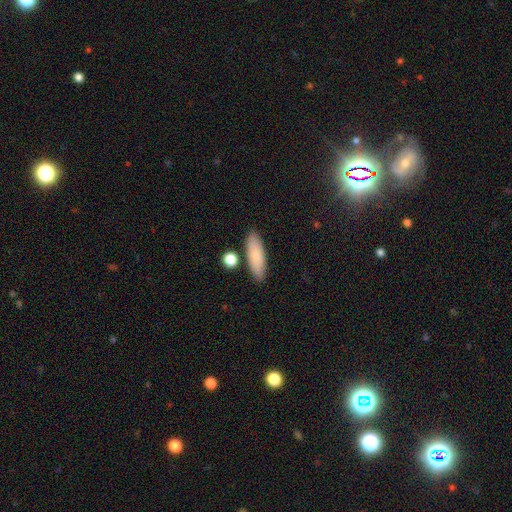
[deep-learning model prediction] Smooth or featured?
  - smooth: 82% *
  - featured or disk: 12%
  - star or artifact: 6%
How rounded?
  - in between: 55% *
  - cigar-shaped: 42%
  - round: 3%
Merging?
  - none: 83% *
  - minor disturbance: 10%
  - merger: 5%
  - major disturbance: 2%